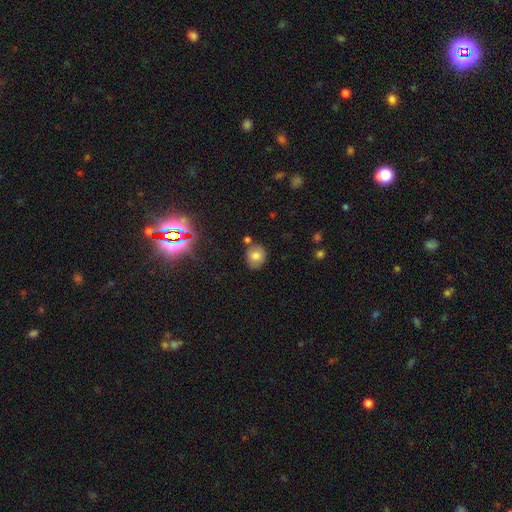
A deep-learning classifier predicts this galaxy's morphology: Overall: smooth (74%). How rounded: round (74%). Merging: none (73%).